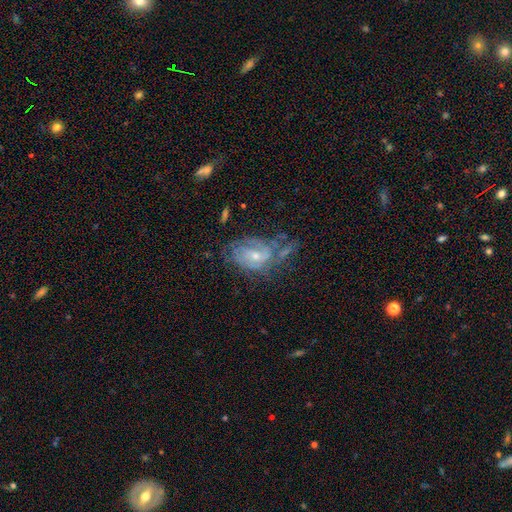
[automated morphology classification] A featured or disk galaxy (76%) with no bar (52%), tight (57%) spiral arms (87%) and a small central bulge (53%).

Vote fractions:
- Smooth or featured? featured or disk: 76% / smooth: 14% / star or artifact: 10%
- Edge-on disk? no: 96% / yes: 4%
- Bar? no: 52% / weak: 40% / strong: 8%
- Spiral arms? yes: 87% / no: 13%
- Spiral winding? tight: 57% / medium: 32% / loose: 11%
- Spiral arm count? can't tell: 41% / 2: 31% / 3: 13% / 1: 6% / 4: 5% / more than 4: 4%
- Bulge size? small: 53% / moderate: 42% / none: 2% / large: 2% / dominant: 1%
- Merging? none: 46% / minor disturbance: 25% / major disturbance: 21% / merger: 8%